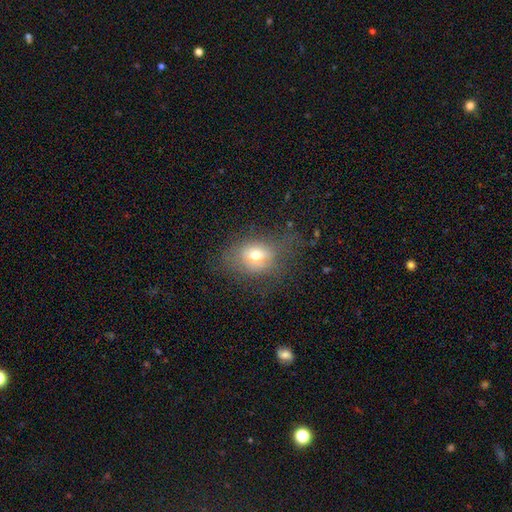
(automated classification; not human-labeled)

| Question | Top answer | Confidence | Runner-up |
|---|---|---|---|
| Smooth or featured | smooth | 66% | featured or disk (20%) |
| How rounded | in between | 50% | round (49%) |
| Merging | none | 54% | minor disturbance (24%) |